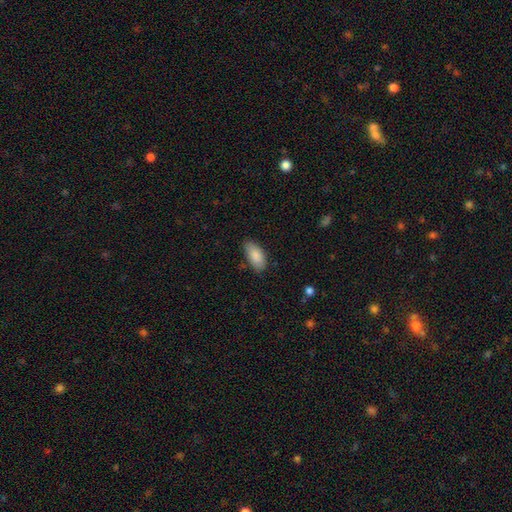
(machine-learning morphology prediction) A smooth galaxy with no disk features (87%) that is in between round and cigar-shaped (92%). Merging: none (76%).